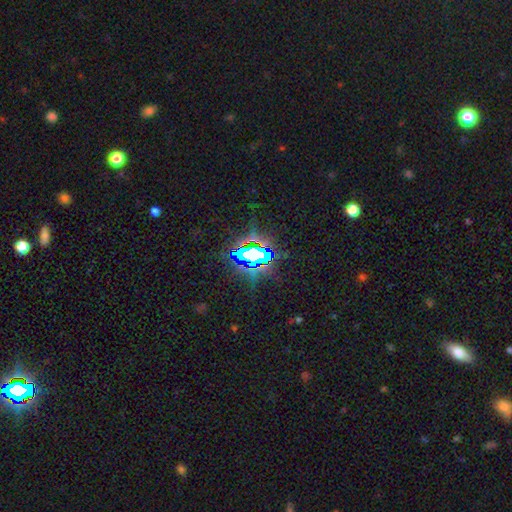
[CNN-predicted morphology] type=star or artifact (77%).